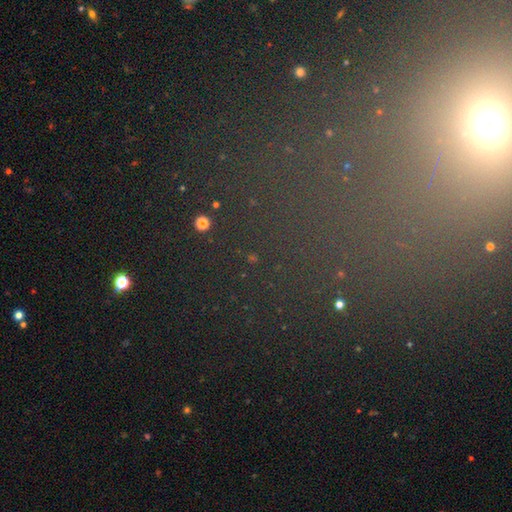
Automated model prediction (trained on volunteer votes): This is likely a star or artifact rather than a galaxy (68%).